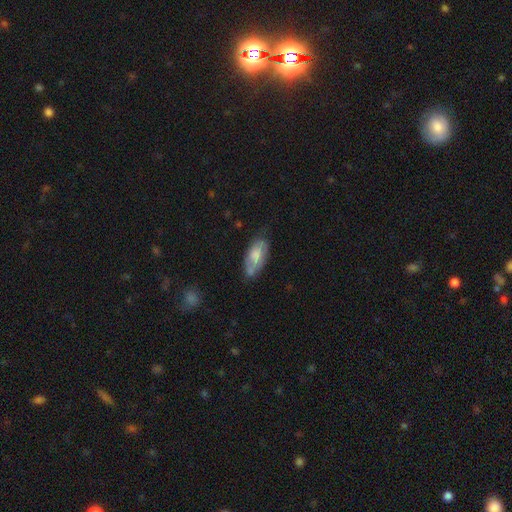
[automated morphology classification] A smooth galaxy with no disk features (59%) that is in between round and cigar-shaped (87%). Merging: none (56%).